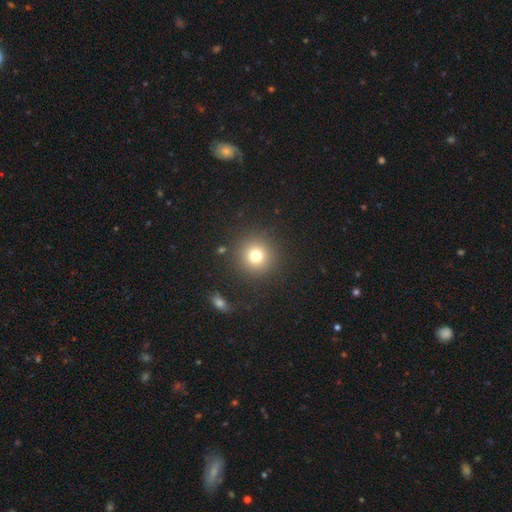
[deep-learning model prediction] Smooth or featured? Predicted: smooth (p=0.75). How rounded? Predicted: round (p=0.95). Merging? Predicted: none (p=0.88).